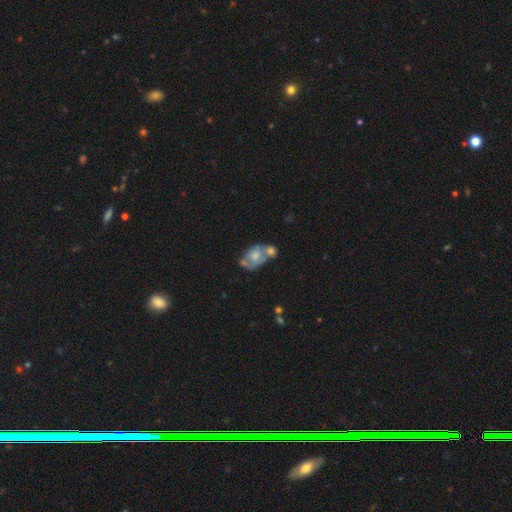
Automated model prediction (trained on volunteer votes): This appears to be a smooth galaxy with no disk features (47%). Merging: merger (52%).